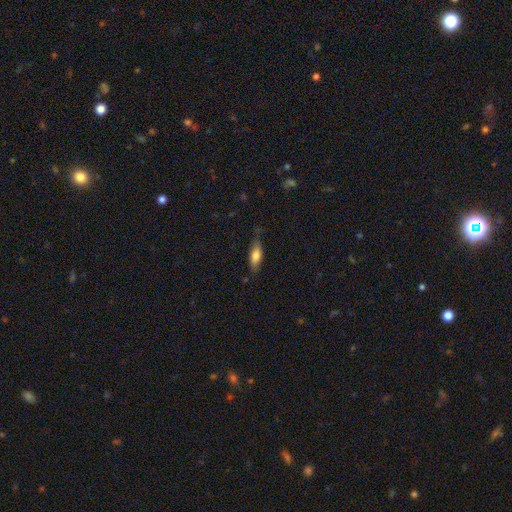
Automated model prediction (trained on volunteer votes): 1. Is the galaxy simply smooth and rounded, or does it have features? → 75% smooth, 18% featured or disk, 7% star or artifact.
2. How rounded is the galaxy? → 66% in between, 32% cigar-shaped, 2% round.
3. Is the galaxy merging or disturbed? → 69% none, 23% minor disturbance, 6% major disturbance, 2% merger.